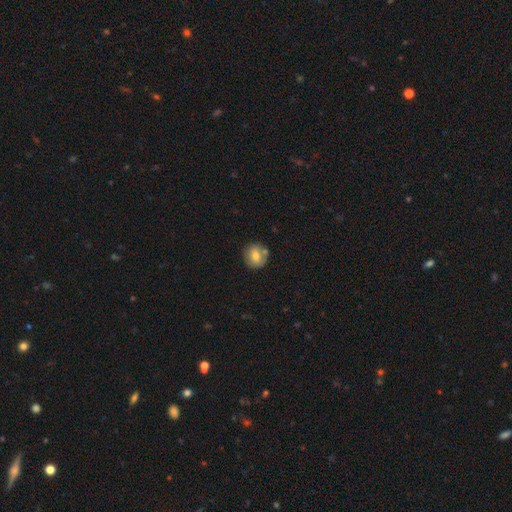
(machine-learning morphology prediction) Smooth or featured? Predicted: smooth (p=0.72). How rounded? Predicted: round (p=0.86). Merging? Predicted: none (p=0.73).